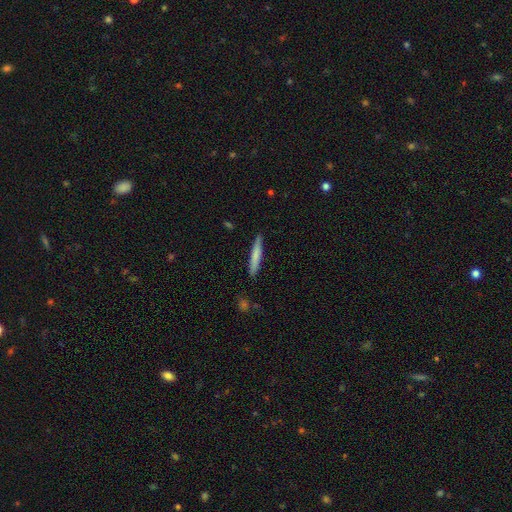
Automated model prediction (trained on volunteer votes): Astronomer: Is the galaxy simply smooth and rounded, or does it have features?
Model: smooth — 72%.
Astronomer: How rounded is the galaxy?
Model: cigar-shaped — 95%.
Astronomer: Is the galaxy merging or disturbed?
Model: none — 89%.